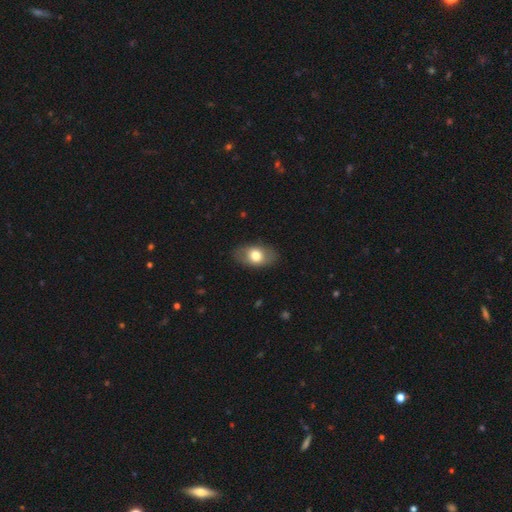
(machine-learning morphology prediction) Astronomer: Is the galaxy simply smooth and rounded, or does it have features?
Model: smooth — 71%.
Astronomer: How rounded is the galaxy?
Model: in between — 88%.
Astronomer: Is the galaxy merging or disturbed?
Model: none — 84%.